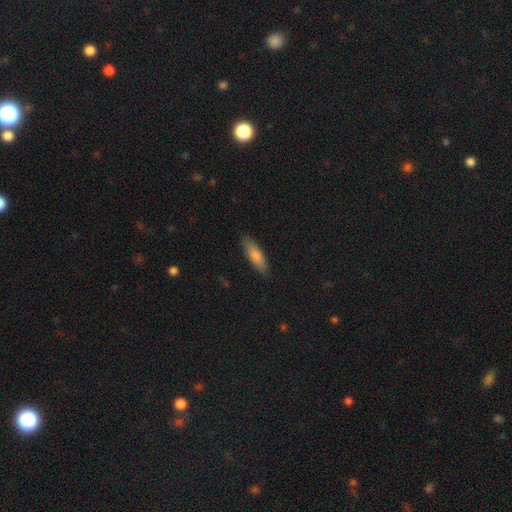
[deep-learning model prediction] Overall: smooth (80%). How rounded: cigar-shaped (52%; in between 46%). Merging: none (86%).